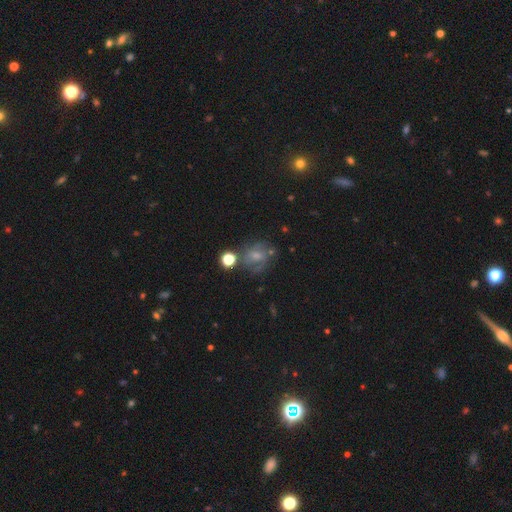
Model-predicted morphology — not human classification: Q: Smooth or featured?
A: featured or disk (50%); runner-up: smooth (35%)
Q: Merging?
A: none (51%); runner-up: minor disturbance (21%)